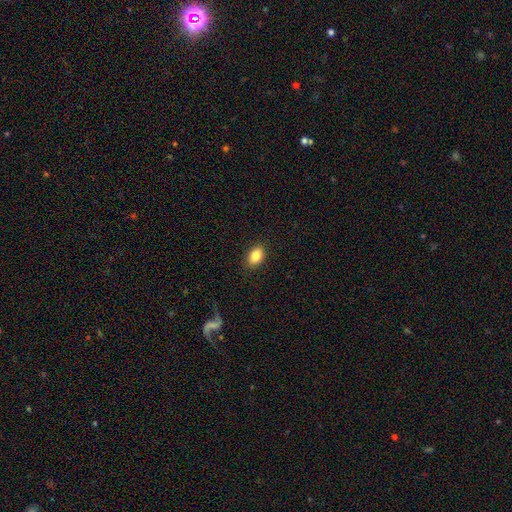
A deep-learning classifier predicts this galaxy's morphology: A smooth galaxy with no disk features (86%) that is in between round and cigar-shaped (84%).

Vote fractions:
- Smooth or featured? smooth: 86% / star or artifact: 8% / featured or disk: 6%
- How rounded? in between: 84% / round: 15% / cigar-shaped: 1%
- Merging? none: 88% / minor disturbance: 8% / major disturbance: 2% / merger: 1%